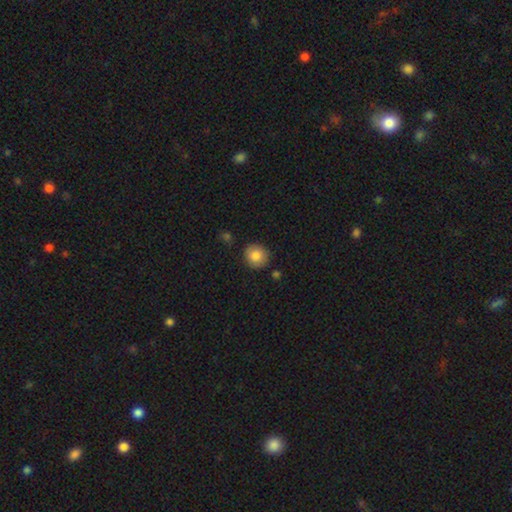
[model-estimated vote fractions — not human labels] This appears to be a smooth galaxy with no disk features (84%) that is round (90%). Merging: none (86%).